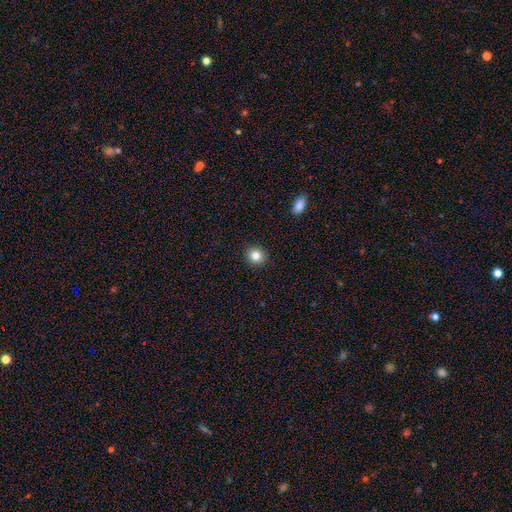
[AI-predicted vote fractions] Smooth or featured: smooth — 83% (star or artifact — 11%)
How rounded: round — 85% (in between — 14%)
Merging: none — 92% (minor disturbance — 6%)